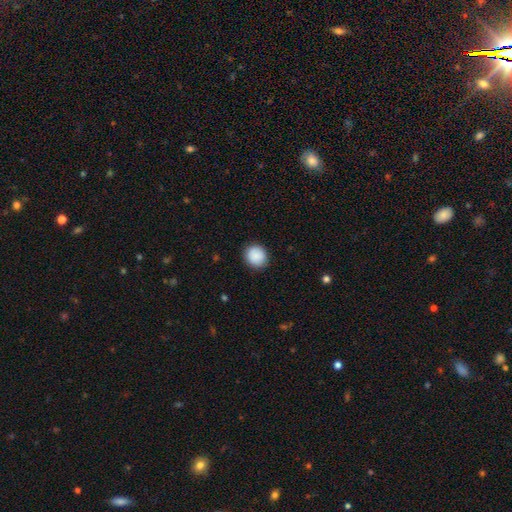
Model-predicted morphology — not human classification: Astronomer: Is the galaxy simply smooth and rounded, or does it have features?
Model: smooth — 90%.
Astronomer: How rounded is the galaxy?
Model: round — 85%.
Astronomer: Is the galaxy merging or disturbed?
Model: none — 89%.